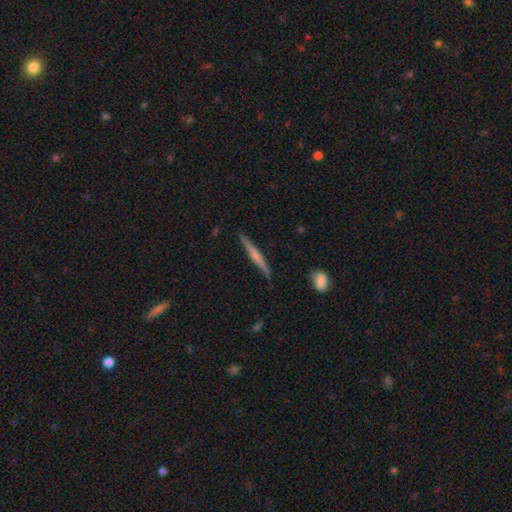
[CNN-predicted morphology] A featured or disk galaxy (53%) viewed edge-on (98%) with no central bulge (47%). Merging: none (89%).